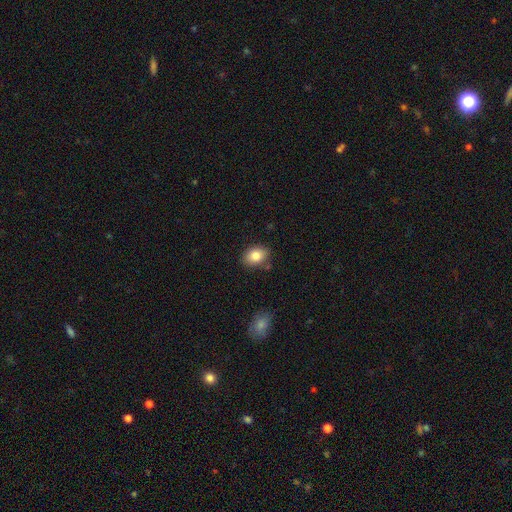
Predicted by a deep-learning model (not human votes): This appears to be a smooth galaxy with no disk features (84%) that is in between round and cigar-shaped (70%). Merging: none (82%).